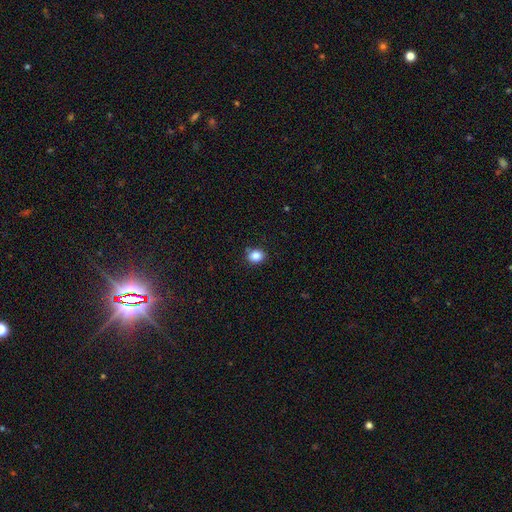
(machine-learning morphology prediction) The model was most divided on "how rounded": round: 58%, in between: 41%, cigar-shaped: 1%. More confident: smooth or featured — smooth (85%); merging — none (83%).